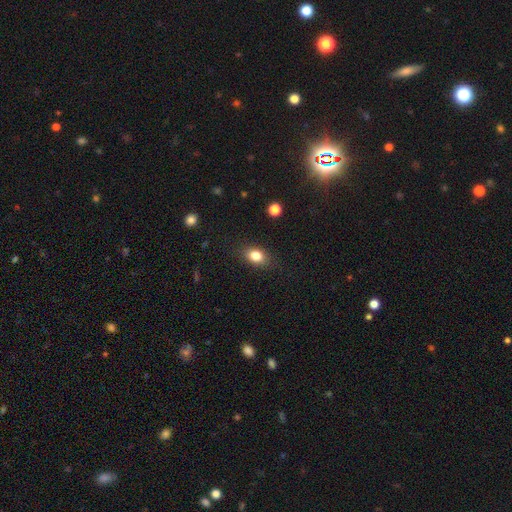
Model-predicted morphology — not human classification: The model was most divided on "how rounded": in between: 73%, round: 25%, cigar-shaped: 2%. More confident: merging — none (83%); smooth or featured — smooth (82%).